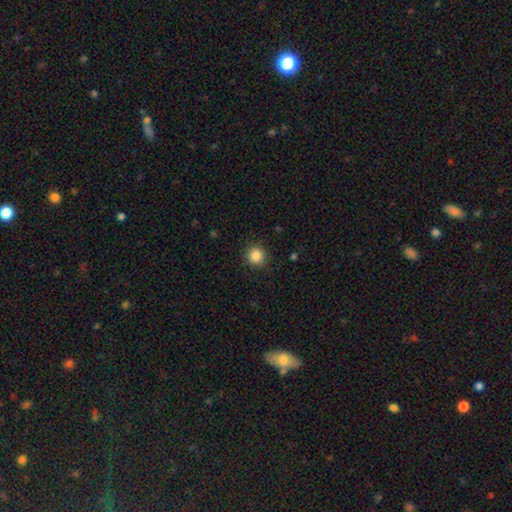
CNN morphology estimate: smooth-or-featured: smooth: 86% | star or artifact: 10% | featured or disk: 4%
  how-rounded: round: 93% | in between: 6% | cigar-shaped: 1%
  merging: none: 91% | minor disturbance: 6% | major disturbance: 2% | merger: 1%